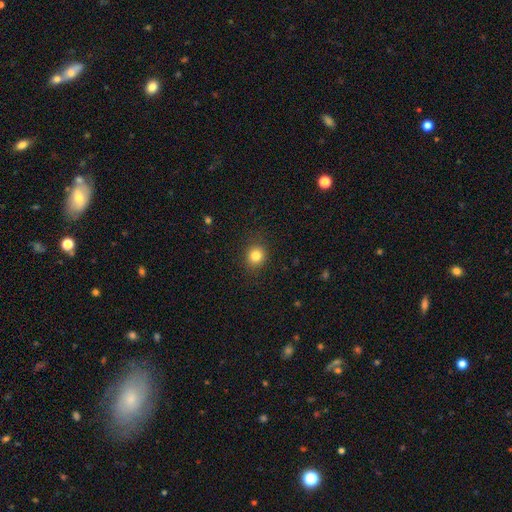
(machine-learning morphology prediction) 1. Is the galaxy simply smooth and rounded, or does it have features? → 82% smooth, 12% star or artifact, 6% featured or disk.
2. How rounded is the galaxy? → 79% round, 20% in between, 1% cigar-shaped.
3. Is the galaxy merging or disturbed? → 88% none, 8% minor disturbance, 3% major disturbance, 1% merger.